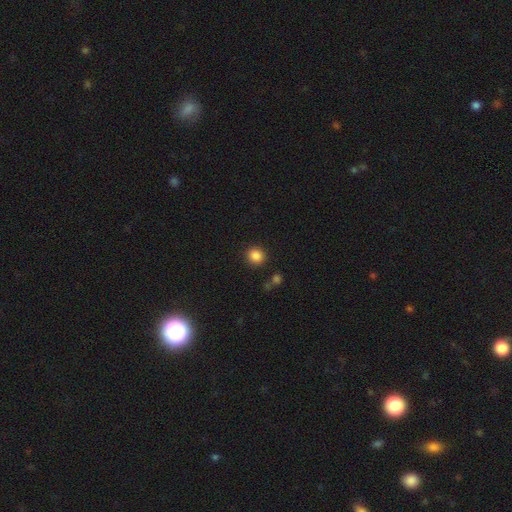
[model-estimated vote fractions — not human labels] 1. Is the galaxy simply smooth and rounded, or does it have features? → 86% smooth, 11% star or artifact, 3% featured or disk.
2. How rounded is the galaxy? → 90% round, 9% in between, 1% cigar-shaped.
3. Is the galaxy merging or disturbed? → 89% none, 6% minor disturbance, 3% merger, 2% major disturbance.